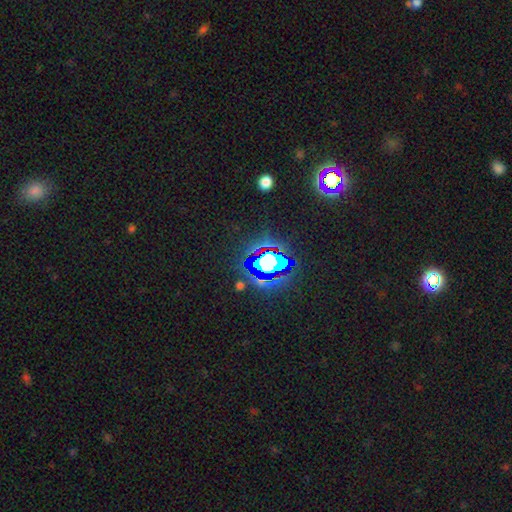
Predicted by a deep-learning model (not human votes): The model was most divided on "smooth or featured": star or artifact: 64%, smooth: 21%, featured or disk: 14%.